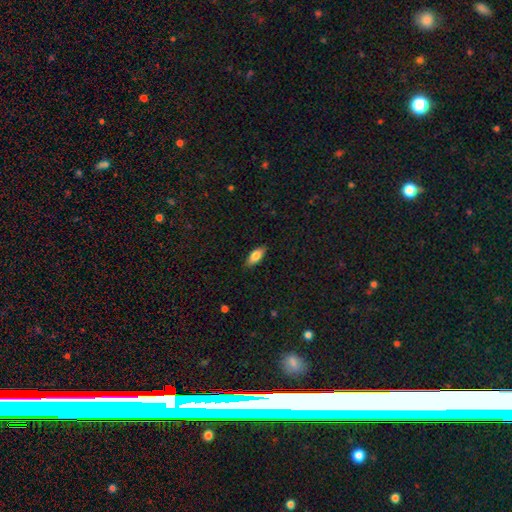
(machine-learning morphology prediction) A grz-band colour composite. It shows a smooth galaxy with no disk features (81%) that is in between round and cigar-shaped (84%). Merging: none (86%).